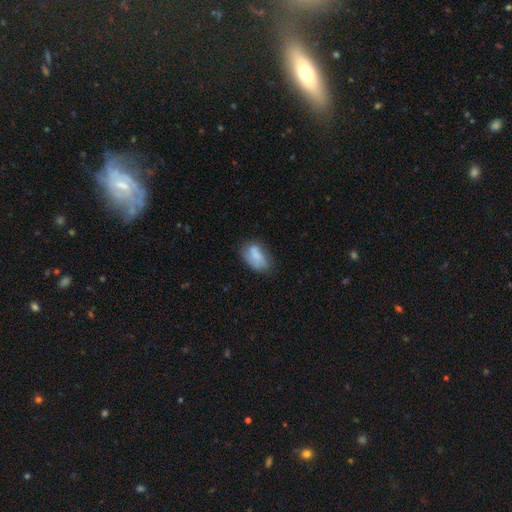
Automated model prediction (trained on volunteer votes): Smooth or featured: smooth — 78% (featured or disk — 15%)
How rounded: in between — 89% (round — 8%)
Merging: none — 55% (minor disturbance — 31%)